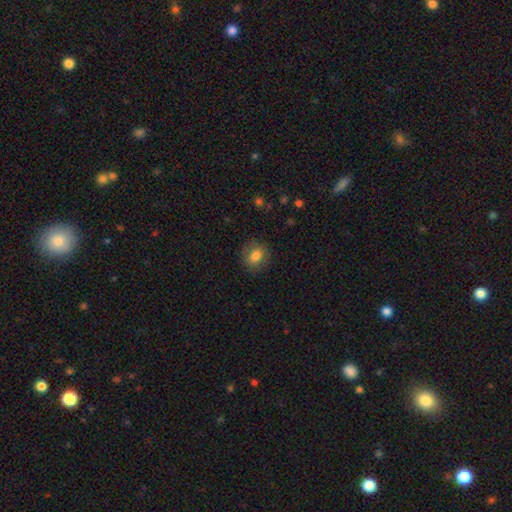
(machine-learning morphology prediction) type=smooth (78%); roundness=round (71%); merging=none (83%).